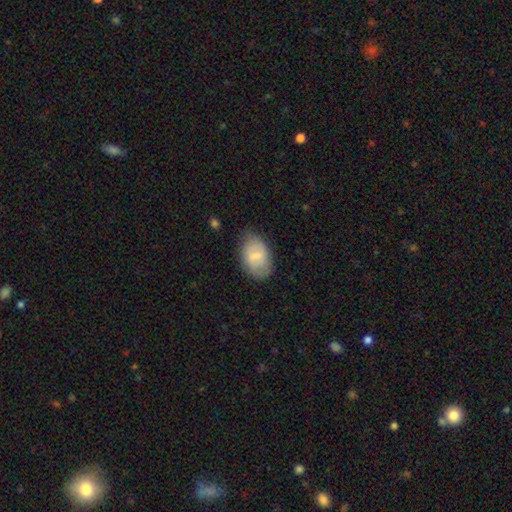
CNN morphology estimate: This is likely a smooth galaxy (63%). How rounded: clearly in between (89%). Merging: likely none (73%).